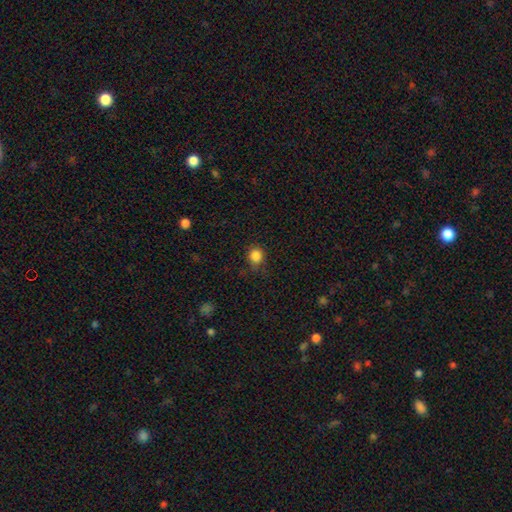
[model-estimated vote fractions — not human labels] smooth-or-featured: smooth: 85% | star or artifact: 11% | featured or disk: 4%
  how-rounded: round: 84% | in between: 15% | cigar-shaped: 1%
  merging: none: 76% | minor disturbance: 18% | major disturbance: 5% | merger: 1%